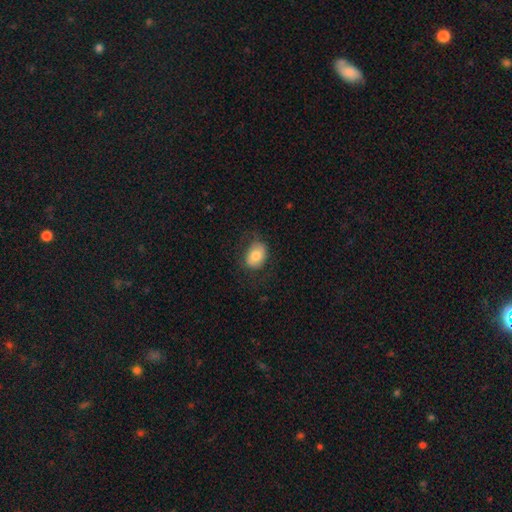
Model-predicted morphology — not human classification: Smooth or featured? smooth (77%)
How rounded? in between (72%)
Merging? none (73%)